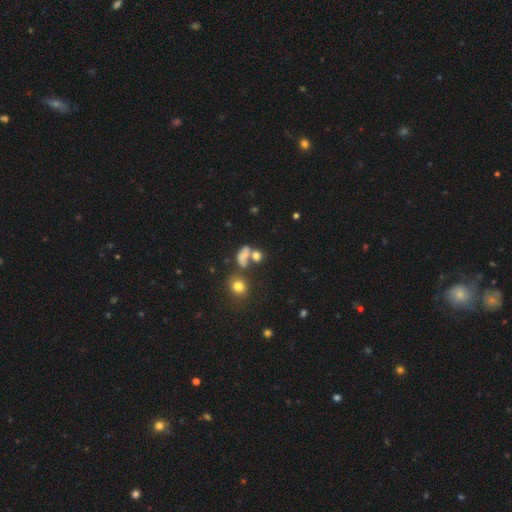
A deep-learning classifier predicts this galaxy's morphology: Smooth or featured? Predicted: smooth (p=0.65). How rounded? Predicted: round (p=0.50). Merging? Predicted: merger (p=0.44).